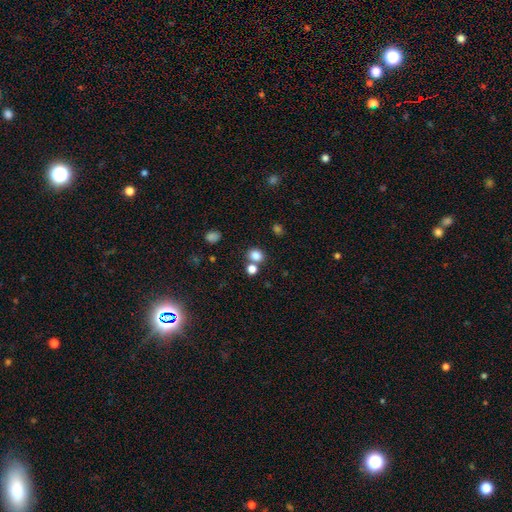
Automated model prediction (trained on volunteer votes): smooth-or-featured: smooth: 81% | star or artifact: 13% | featured or disk: 6%
  how-rounded: round: 65% | in between: 34% | cigar-shaped: 1%
  merging: none: 64% | merger: 23% | minor disturbance: 9% | major disturbance: 4%